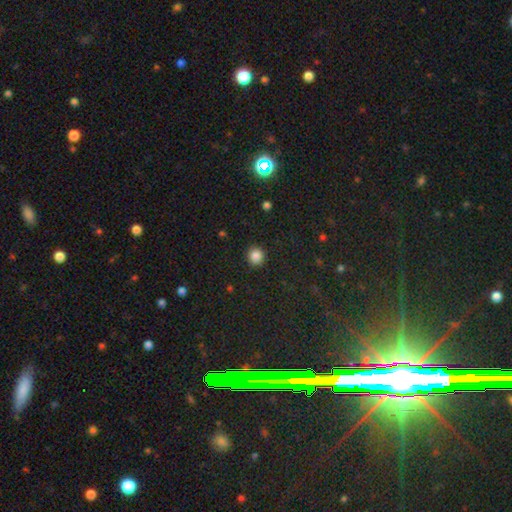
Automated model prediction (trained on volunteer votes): Morphology: type=smooth (86%); roundness=round (91%); merging=none (91%).